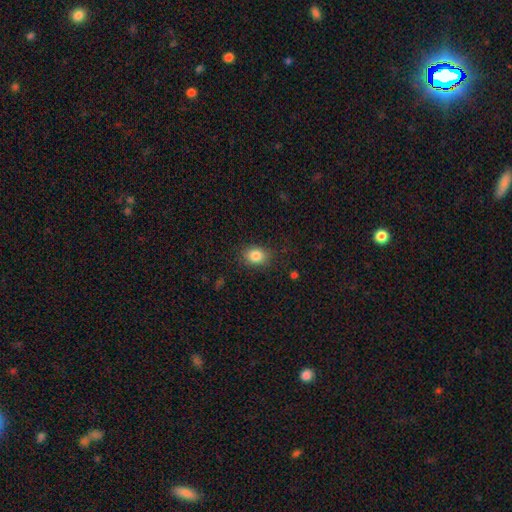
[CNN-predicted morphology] smooth 83%, star or artifact 10%, featured or disk 6%. Down the decision tree: how rounded — in between (55%); merging — none (84%).